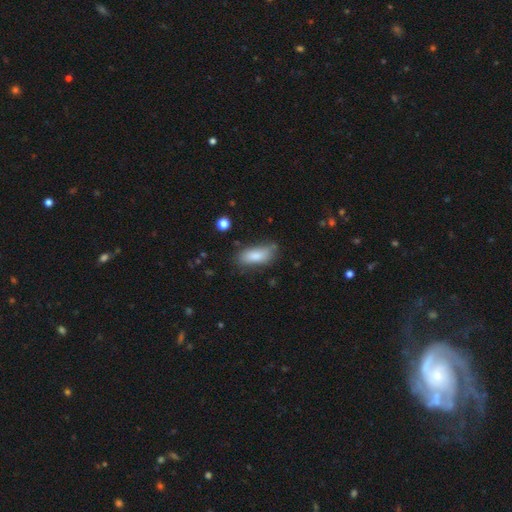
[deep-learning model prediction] Smooth or featured? Predicted: smooth (p=0.83). How rounded? Predicted: in between (p=0.82). Merging? Predicted: none (p=0.69).